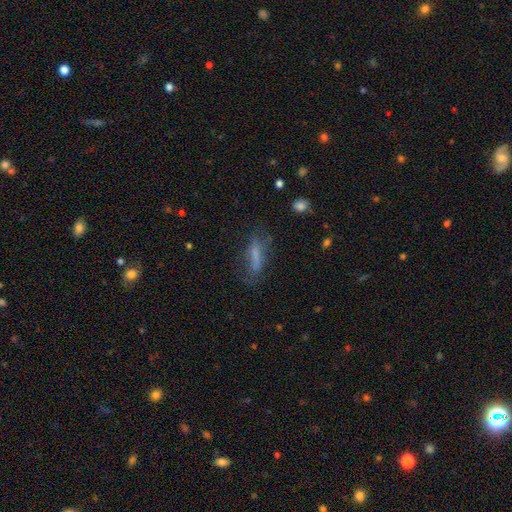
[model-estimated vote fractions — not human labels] Smooth or featured?
  - smooth: 58% *
  - featured or disk: 30%
  - star or artifact: 12%
How rounded?
  - cigar-shaped: 62% *
  - in between: 35%
  - round: 3%
Merging?
  - none: 57% *
  - minor disturbance: 24%
  - major disturbance: 16%
  - merger: 3%